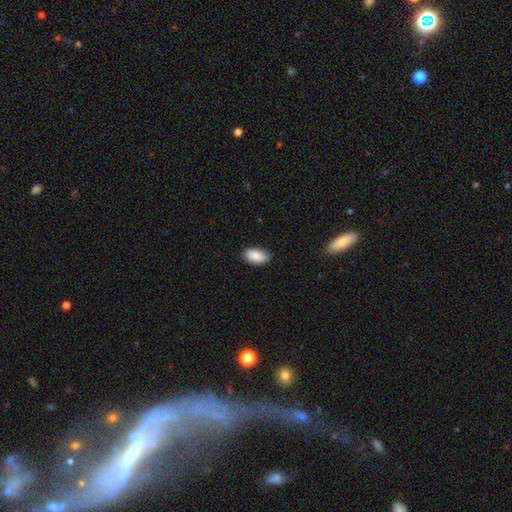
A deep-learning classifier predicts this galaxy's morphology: A smooth galaxy with no disk features (88%) that is in between round and cigar-shaped (94%).

Vote fractions:
- Smooth or featured? smooth: 88% / star or artifact: 6% / featured or disk: 5%
- How rounded? in between: 94% / round: 4% / cigar-shaped: 2%
- Merging? none: 85% / minor disturbance: 11% / major disturbance: 2% / merger: 1%